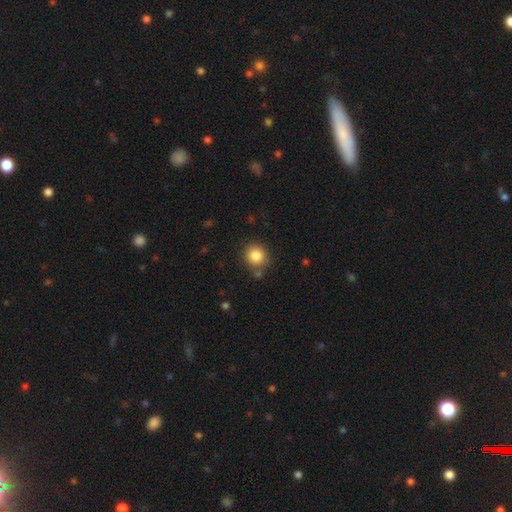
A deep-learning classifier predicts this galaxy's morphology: Q: Smooth or featured?
A: smooth (85%); runner-up: star or artifact (10%)
Q: How rounded?
A: round (86%); runner-up: in between (14%)
Q: Merging?
A: none (79%); runner-up: minor disturbance (11%)